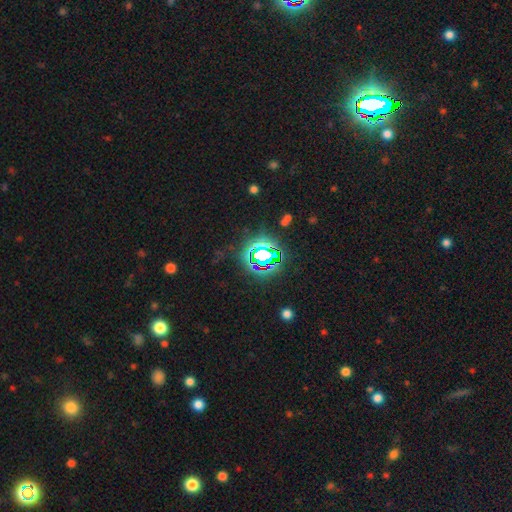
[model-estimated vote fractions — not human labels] Smooth or featured: star or artifact — 75% (smooth — 15%)